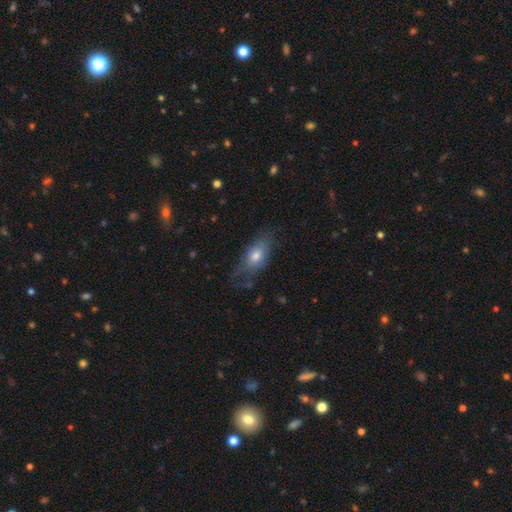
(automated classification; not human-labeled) This appears to be a smooth galaxy with no disk features (61%) that is in between round and cigar-shaped (77%). Merging: none (58%).